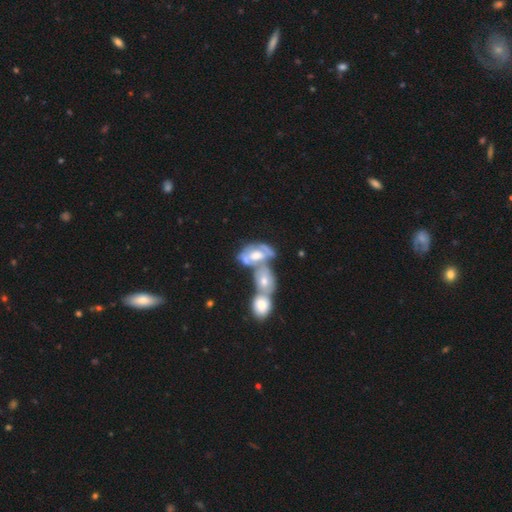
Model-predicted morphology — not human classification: This appears to be a featured or disk galaxy (67%) with no bar (71%), spiral arms (59%) and a moderate central bulge (59%). Merging: merger (69%).